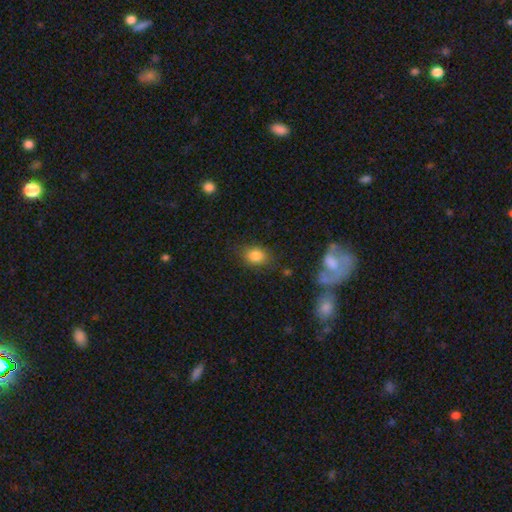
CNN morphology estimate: smooth_or_featured: smooth (p=0.83) [alt: star or artifact p=0.10]
how_rounded: in between (p=0.61) [alt: round p=0.37]
merging: none (p=0.77) [alt: minor disturbance p=0.16]